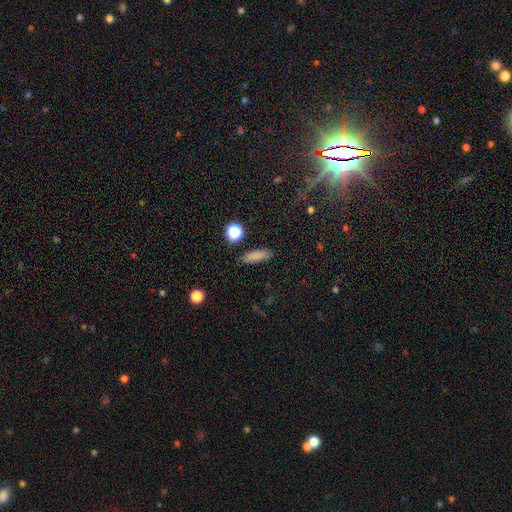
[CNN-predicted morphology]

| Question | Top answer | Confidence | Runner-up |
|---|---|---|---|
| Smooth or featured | smooth | 81% | star or artifact (11%) |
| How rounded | cigar-shaped | 52% | in between (44%) |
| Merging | none | 86% | minor disturbance (10%) |